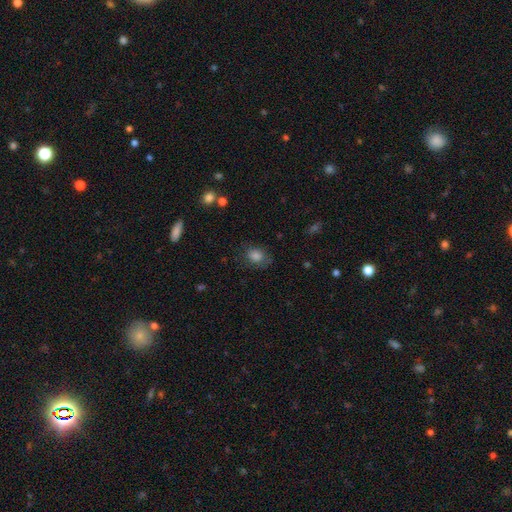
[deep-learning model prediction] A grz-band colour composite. It shows a smooth galaxy with no disk features (75%) that is in between round and cigar-shaped (53%). Merging: none (67%).